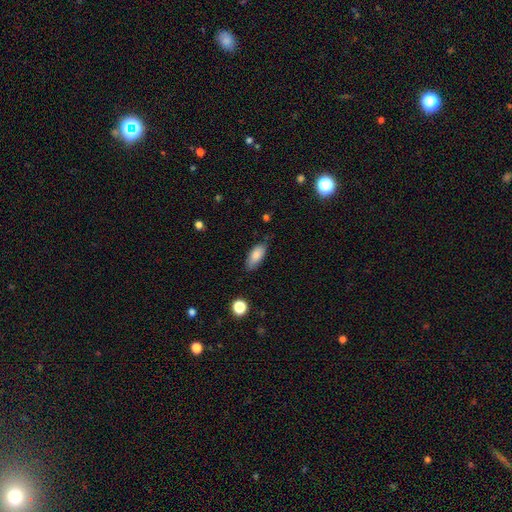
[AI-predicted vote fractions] smooth-or-featured: smooth: 84% | featured or disk: 9% | star or artifact: 7%
  how-rounded: in between: 83% | cigar-shaped: 15% | round: 2%
  merging: none: 76% | minor disturbance: 19% | major disturbance: 4% | merger: 2%